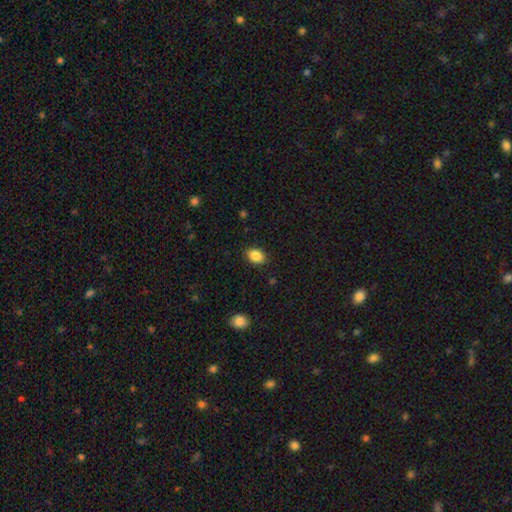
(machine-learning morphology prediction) type=smooth (87%); roundness=in between (76%); merging=none (88%).